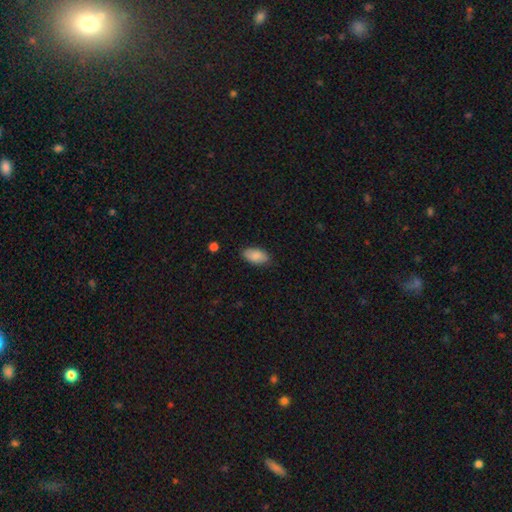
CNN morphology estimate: smooth_or_featured: smooth (p=0.87) [alt: featured or disk p=0.07]
how_rounded: in between (p=0.94) [alt: cigar-shaped p=0.03]
merging: none (p=0.84) [alt: minor disturbance p=0.13]